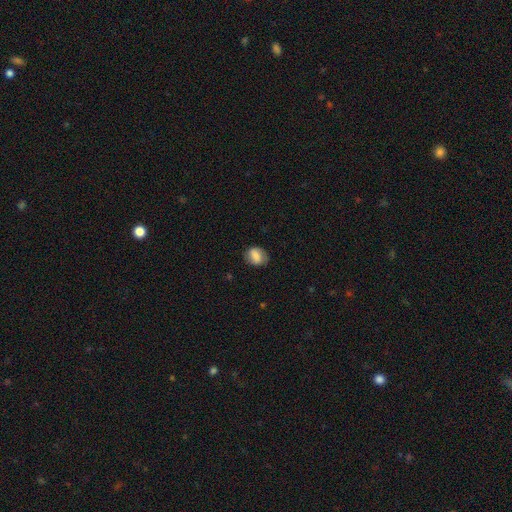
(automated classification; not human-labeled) The model was most divided on "how rounded": in between: 59%, round: 39%, cigar-shaped: 2%. More confident: smooth or featured — smooth (74%); merging — none (74%).